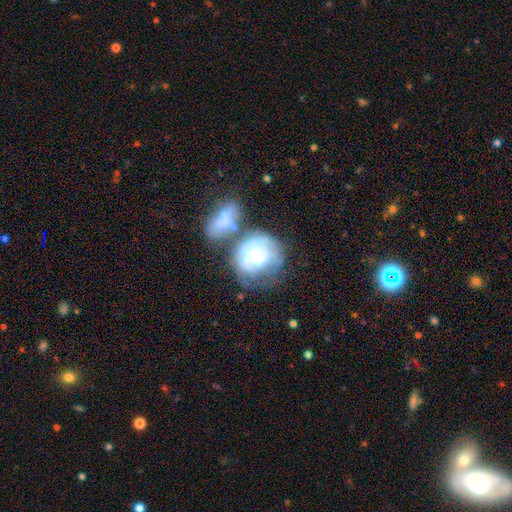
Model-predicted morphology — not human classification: Smooth or featured?
  - featured or disk: 62% *
  - smooth: 30%
  - star or artifact: 7%
Edge-on disk?
  - no: 97% *
  - yes: 3%
Bar?
  - no: 64% *
  - weak: 29%
  - strong: 6%
Spiral arms?
  - yes: 72% *
  - no: 28%
Bulge size?
  - small: 58% *
  - moderate: 34%
  - none: 3%
  - large: 3%
  - dominant: 1%
Merging?
  - merger: 36% *
  - none: 32%
  - minor disturbance: 17%
  - major disturbance: 16%